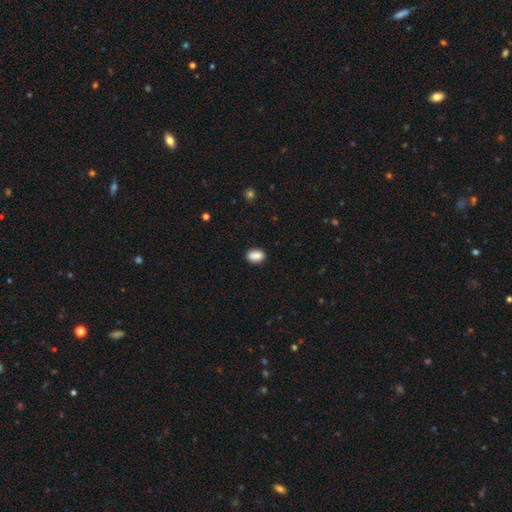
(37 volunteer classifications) Volunteers were most divided on "merging": none: 78%, minor disturbance: 11%, major disturbance: 6%, merger: 6%. More confident: smooth or featured — smooth (92%); how rounded — in between (85%).